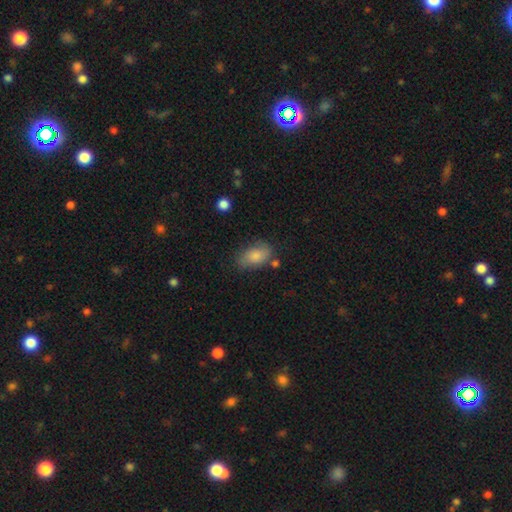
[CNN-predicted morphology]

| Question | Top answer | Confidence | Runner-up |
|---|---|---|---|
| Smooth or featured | smooth | 77% | featured or disk (16%) |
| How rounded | in between | 90% | round (8%) |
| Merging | none | 64% | minor disturbance (24%) |